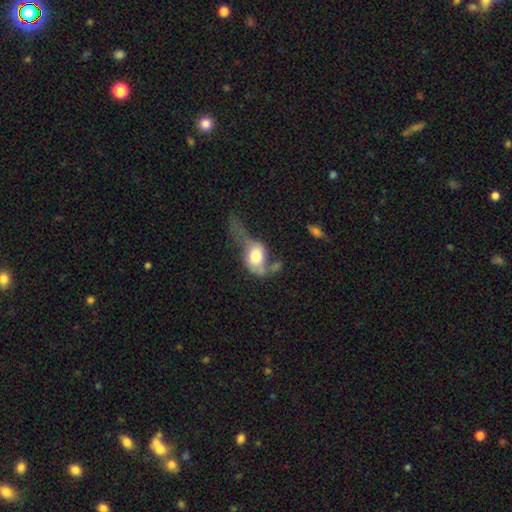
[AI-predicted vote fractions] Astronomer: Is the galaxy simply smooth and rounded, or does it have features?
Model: smooth — 55% (runner-up: featured or disk, 37%).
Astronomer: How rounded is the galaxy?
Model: in between — 70%.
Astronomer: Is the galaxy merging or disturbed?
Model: major disturbance — 53%.